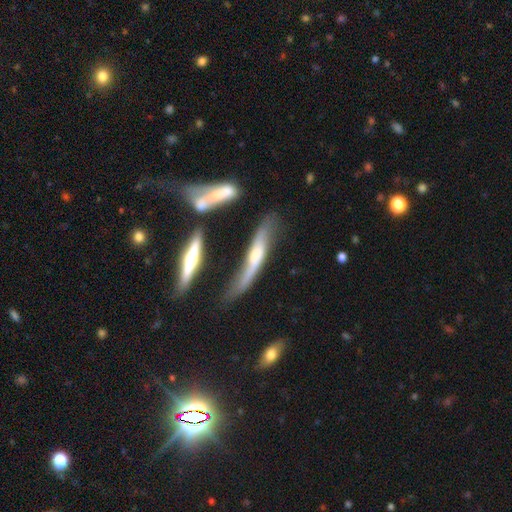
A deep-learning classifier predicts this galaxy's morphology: Smooth or featured: featured or disk — 65% (smooth — 29%)
Edge-on disk: yes — 67% (no — 33%)
Merging: none — 46% (minor disturbance — 25%)